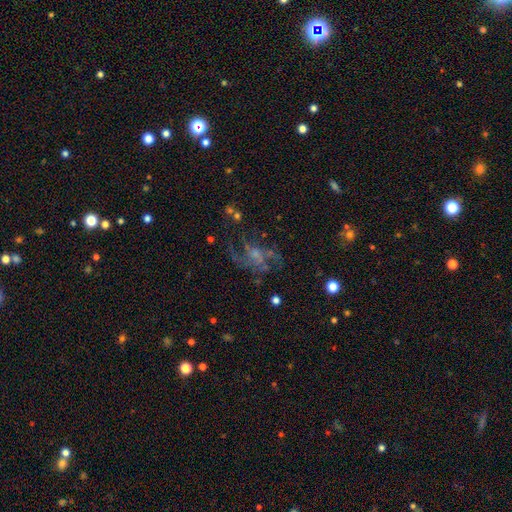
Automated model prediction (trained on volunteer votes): featured or disk 70%, star or artifact 15%, smooth 15%. Down the decision tree: edge-on disk — no (97%); bar — no (65%); spiral arms — yes (78%); spiral arm count — can't tell (26%); spiral winding — loose (52%); bulge size — none (36%); merging — none (47%).